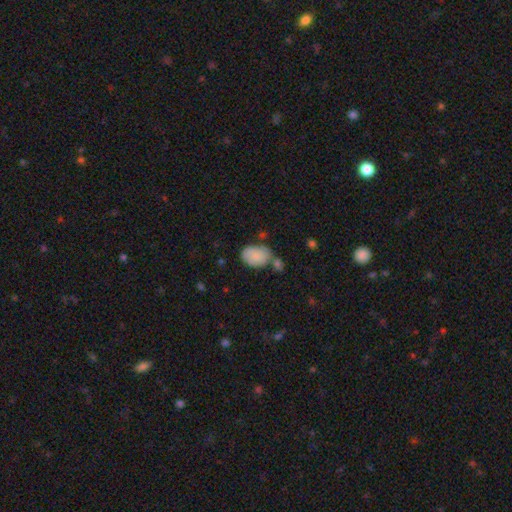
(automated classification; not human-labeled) Smooth or featured: smooth — 80% (featured or disk — 13%)
How rounded: in between — 83% (round — 16%)
Merging: none — 48% (merger — 23%)